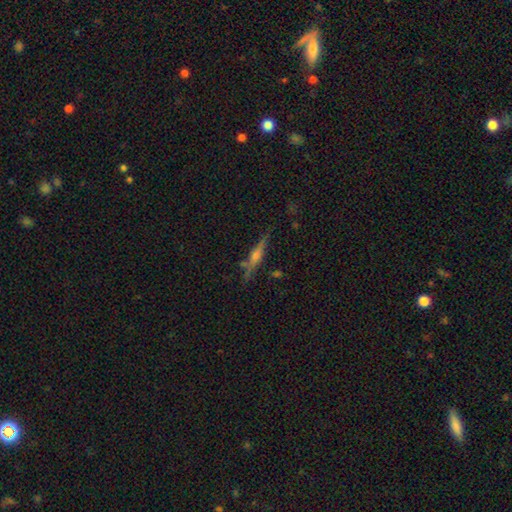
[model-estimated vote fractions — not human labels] This appears to be a featured or disk galaxy (70%) viewed edge-on (96%) with a rounded central bulge (80%). Merging: none (81%).